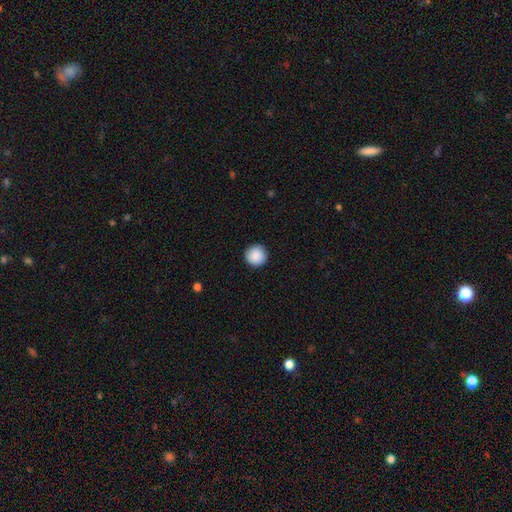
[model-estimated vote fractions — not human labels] The model was most divided on "smooth or featured": smooth: 89%, star or artifact: 7%, featured or disk: 4%. More confident: how rounded — round (96%); merging — none (92%).